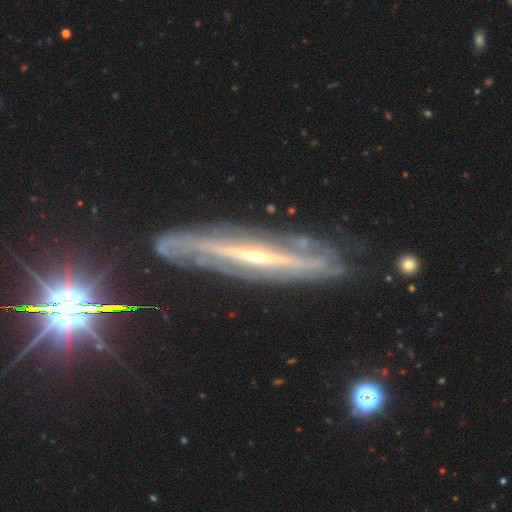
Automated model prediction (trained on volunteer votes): Smooth or featured?
  - featured or disk: 85% *
  - smooth: 8%
  - star or artifact: 7%
Edge-on disk?
  - yes: 69% *
  - no: 31%
Edge-on bulge?
  - rounded: 61% *
  - none: 32%
  - boxy: 7%
Merging?
  - none: 73% *
  - minor disturbance: 17%
  - major disturbance: 7%
  - merger: 3%